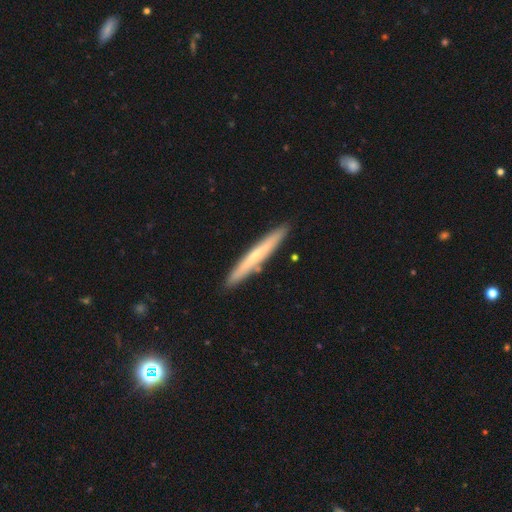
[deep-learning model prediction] Smooth or featured: smooth — 47% (tied with featured or disk — 47%)
Merging: none — 89% (minor disturbance — 8%)